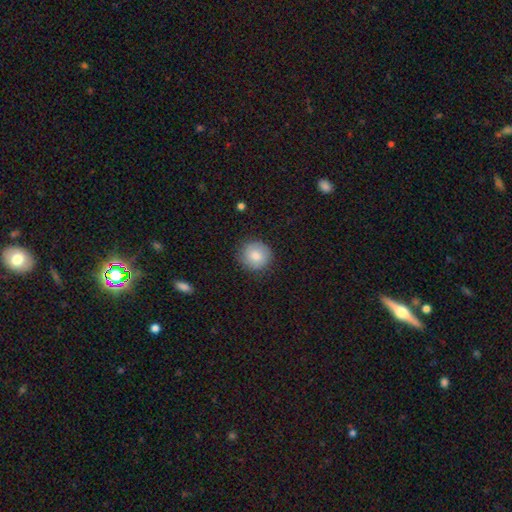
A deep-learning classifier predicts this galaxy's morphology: Overall: smooth (79%). How rounded: round (89%). Merging: none (86%).